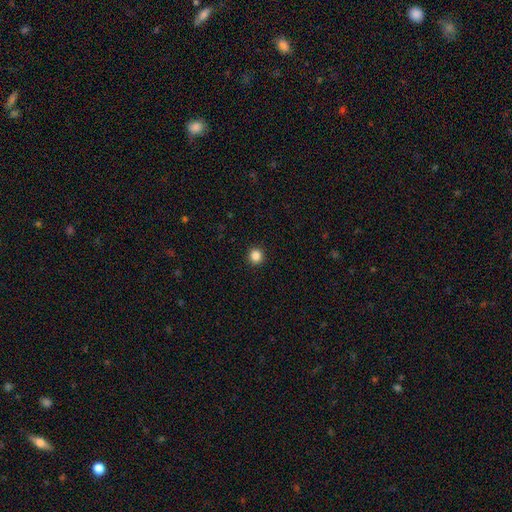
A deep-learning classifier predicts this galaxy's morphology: Smooth or featured? Predicted: smooth (p=0.85). How rounded? Predicted: round (p=0.93). Merging? Predicted: none (p=0.93).